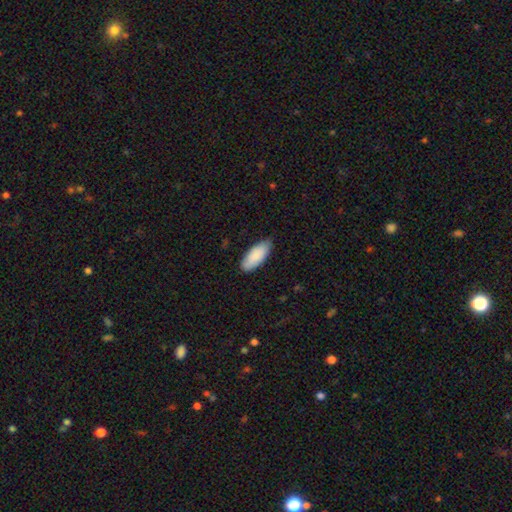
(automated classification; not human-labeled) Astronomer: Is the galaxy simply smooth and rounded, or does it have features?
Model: smooth — 88%.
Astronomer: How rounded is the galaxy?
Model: in between — 83%.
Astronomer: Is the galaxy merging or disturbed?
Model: none — 79%.